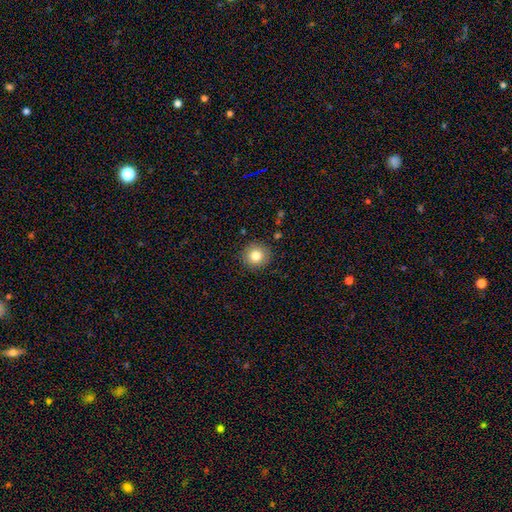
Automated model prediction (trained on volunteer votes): Morphology: type=smooth (81%); roundness=round (93%); merging=none (90%).